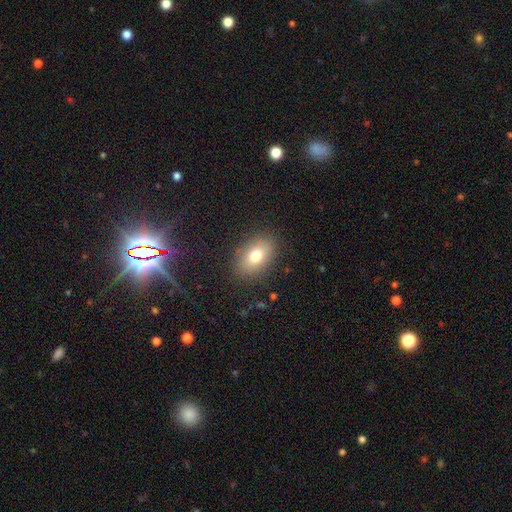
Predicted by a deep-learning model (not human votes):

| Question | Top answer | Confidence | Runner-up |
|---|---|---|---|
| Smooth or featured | smooth | 76% | featured or disk (14%) |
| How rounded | in between | 84% | round (15%) |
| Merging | none | 86% | minor disturbance (10%) |